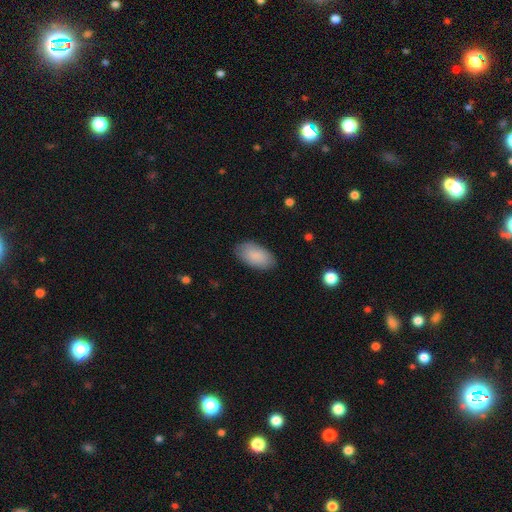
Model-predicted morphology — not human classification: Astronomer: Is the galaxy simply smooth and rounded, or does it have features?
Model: smooth — 88%.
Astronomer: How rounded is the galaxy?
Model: in between — 95%.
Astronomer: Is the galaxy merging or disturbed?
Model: none — 85%.